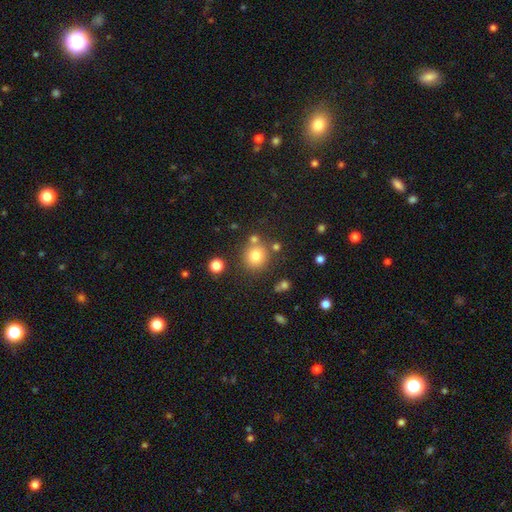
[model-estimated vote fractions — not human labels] smooth-or-featured: smooth: 78% | star or artifact: 13% | featured or disk: 9%
  how-rounded: round: 89% | in between: 10% | cigar-shaped: 1%
  merging: none: 75% | merger: 12% | minor disturbance: 10% | major disturbance: 4%